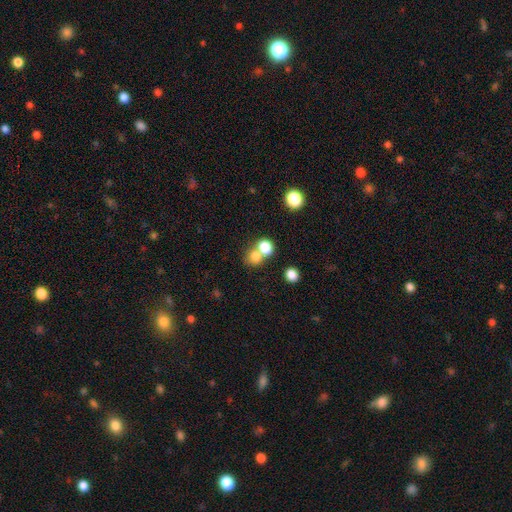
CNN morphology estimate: Smooth or featured?
  - smooth: 77% *
  - star or artifact: 14%
  - featured or disk: 10%
How rounded?
  - round: 74% *
  - in between: 25%
  - cigar-shaped: 1%
Merging?
  - merger: 49% *
  - none: 41%
  - minor disturbance: 6%
  - major disturbance: 3%